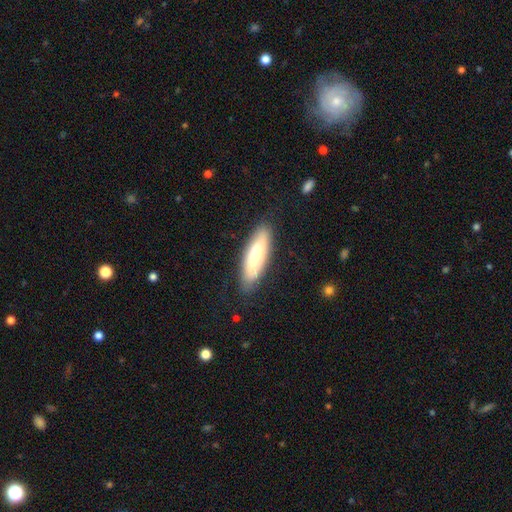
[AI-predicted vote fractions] Q: Smooth or featured?
A: smooth (70%); runner-up: featured or disk (23%)
Q: How rounded?
A: cigar-shaped (61%); runner-up: in between (37%)
Q: Merging?
A: none (84%); runner-up: minor disturbance (12%)